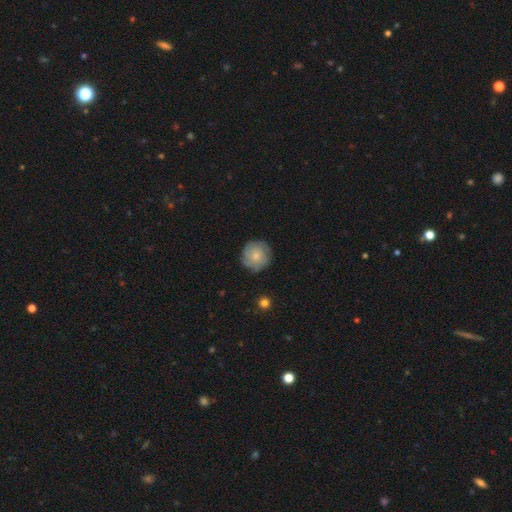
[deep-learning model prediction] Smooth or featured: smooth — 57% (featured or disk — 36%)
How rounded: round — 92% (in between — 7%)
Merging: none — 79% (minor disturbance — 15%)